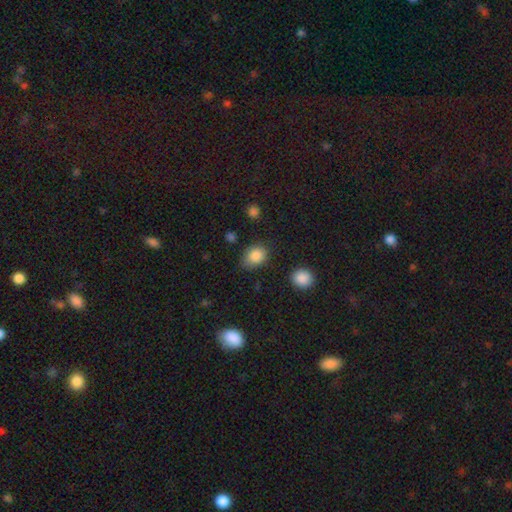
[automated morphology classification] The model was most divided on "how rounded": in between: 57%, round: 42%, cigar-shaped: 1%. More confident: smooth or featured — smooth (86%); merging — none (73%).